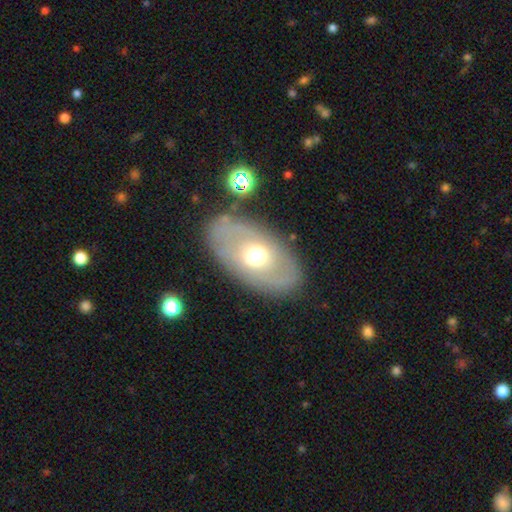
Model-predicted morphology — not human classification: This is possibly a featured or disk galaxy (55%). It is clearly not viewed edge-on (89%). Merging: clearly none (80%).